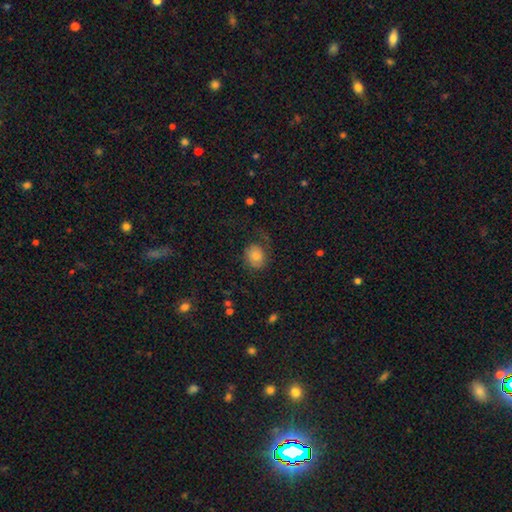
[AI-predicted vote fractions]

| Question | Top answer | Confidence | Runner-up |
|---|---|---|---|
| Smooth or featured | smooth | 67% | featured or disk (22%) |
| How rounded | round | 58% | in between (41%) |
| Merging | none | 56% | major disturbance (22%) |